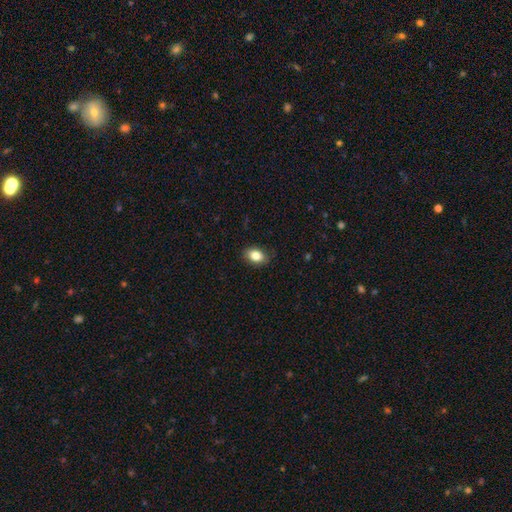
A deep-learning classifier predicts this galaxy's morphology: A smooth galaxy with no disk features (83%) that is in between round and cigar-shaped (82%).

Vote fractions:
- Smooth or featured? smooth: 83% / featured or disk: 8% / star or artifact: 8%
- How rounded? in between: 82% / round: 17% / cigar-shaped: 1%
- Merging? none: 86% / minor disturbance: 10% / major disturbance: 2% / merger: 1%